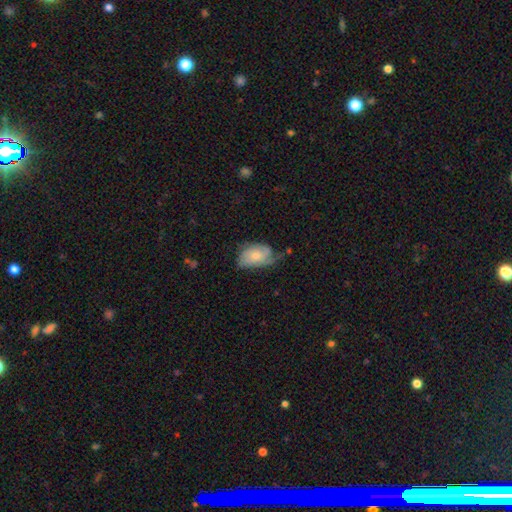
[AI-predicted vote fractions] Q: Smooth or featured?
A: smooth (50%); runner-up: featured or disk (43%)
Q: How rounded?
A: in between (90%); runner-up: round (8%)
Q: Merging?
A: none (38%); runner-up: minor disturbance (37%)